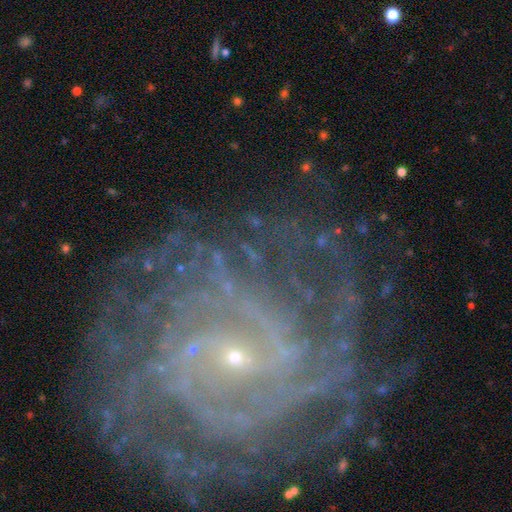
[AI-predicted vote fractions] Overall: featured or disk (84%). Edge-on disk: no (97%). Bar: no (48%; weak 31%). Spiral arms: yes (97%). Spiral arm count: can't tell (23%; more than 4 19%). Spiral winding: tight (66%; medium 27%). Bulge size: small (85%). Merging: none (71%).